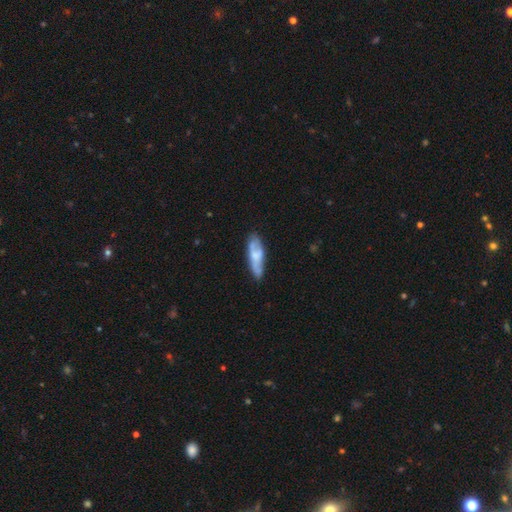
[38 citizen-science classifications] smooth_or_featured: smooth (p=0.61) [alt: featured or disk p=0.34]
how_rounded: cigar-shaped (p=0.61) [alt: in between p=0.39]
merging: none (p=0.53) [alt: minor disturbance p=0.36]